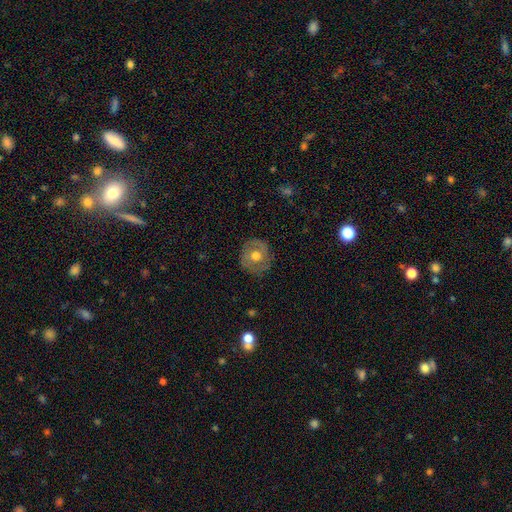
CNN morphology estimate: Smooth or featured?
  - smooth: 48% *
  - featured or disk: 44%
  - star or artifact: 7%
Merging?
  - none: 82% *
  - minor disturbance: 13%
  - major disturbance: 4%
  - merger: 1%